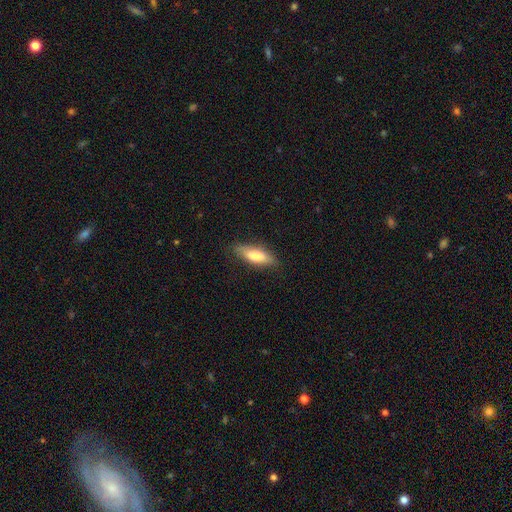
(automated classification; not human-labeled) This is likely a smooth galaxy (75%). How rounded: possibly in between (52%). Merging: likely none (79%).